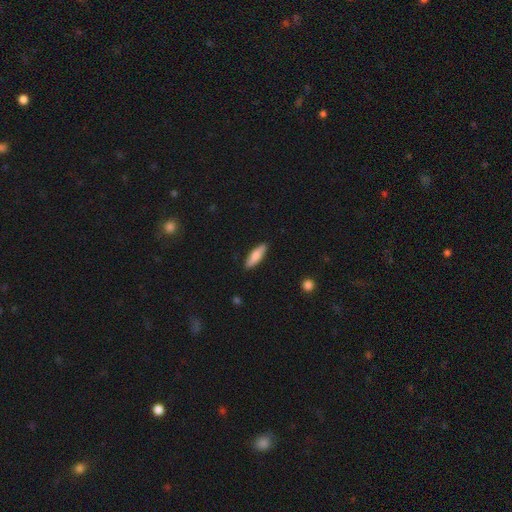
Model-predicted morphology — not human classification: type=smooth (77%); roundness=cigar-shaped (56%); merging=none (87%).